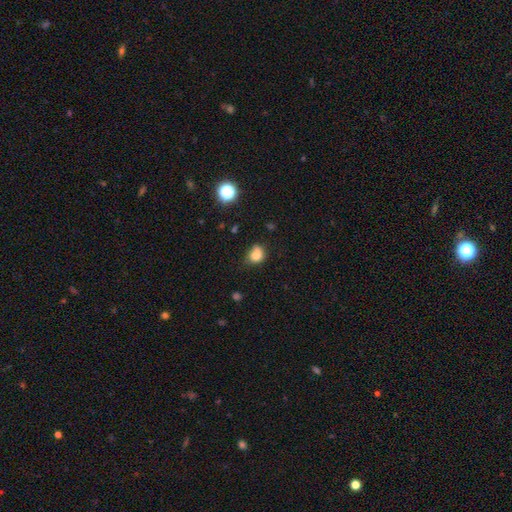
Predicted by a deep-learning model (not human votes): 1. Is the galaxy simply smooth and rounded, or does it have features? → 79% smooth, 12% star or artifact, 9% featured or disk.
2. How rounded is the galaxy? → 53% round, 46% in between, 1% cigar-shaped.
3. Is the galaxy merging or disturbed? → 46% none, 36% minor disturbance, 12% major disturbance, 7% merger.